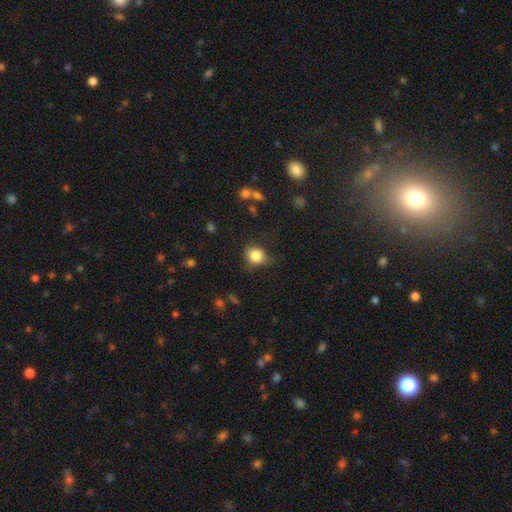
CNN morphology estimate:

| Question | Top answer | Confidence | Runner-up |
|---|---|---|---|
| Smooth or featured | smooth | 85% | star or artifact (10%) |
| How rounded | round | 71% | in between (28%) |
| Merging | none | 67% | minor disturbance (23%) |